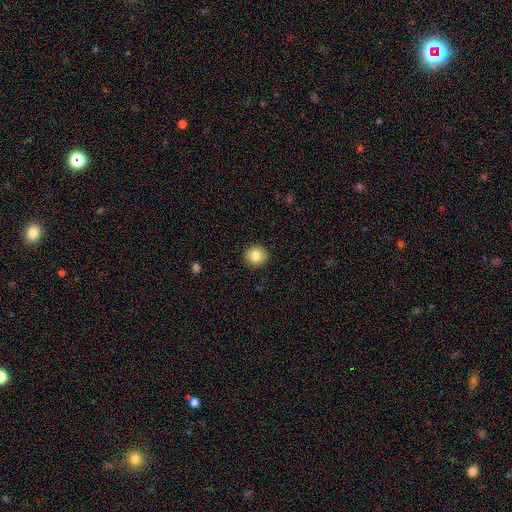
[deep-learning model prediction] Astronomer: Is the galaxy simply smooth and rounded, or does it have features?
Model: smooth — 83%.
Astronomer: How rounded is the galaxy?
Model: round — 92%.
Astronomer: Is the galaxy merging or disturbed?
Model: none — 92%.